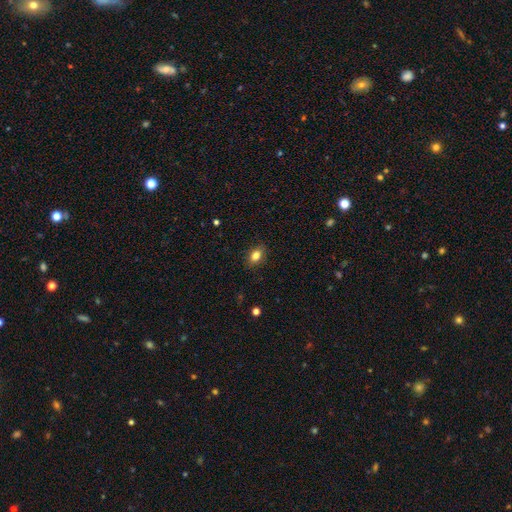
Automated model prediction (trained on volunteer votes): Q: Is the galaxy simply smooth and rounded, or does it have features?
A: smooth — 82%.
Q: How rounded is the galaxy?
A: in between — 75%.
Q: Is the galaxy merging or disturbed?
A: none — 86%.